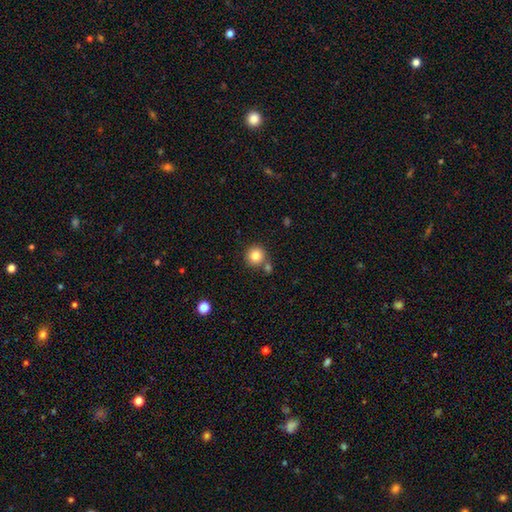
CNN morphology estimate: This is clearly a smooth galaxy (83%). How rounded: clearly round (93%). Merging: likely none (74%).